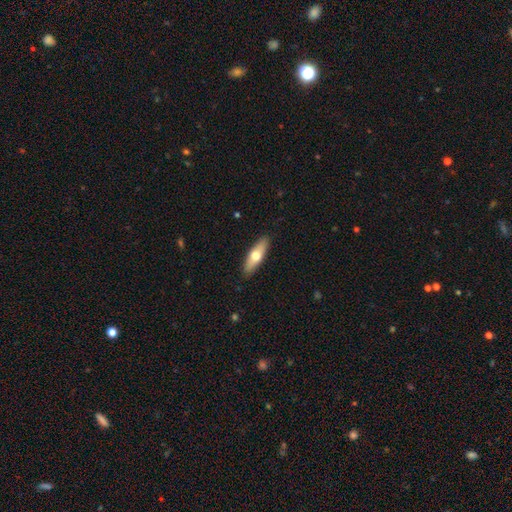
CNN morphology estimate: A smooth galaxy with no disk features (58%) that is cigar-shaped (50%). Merging: none (89%).